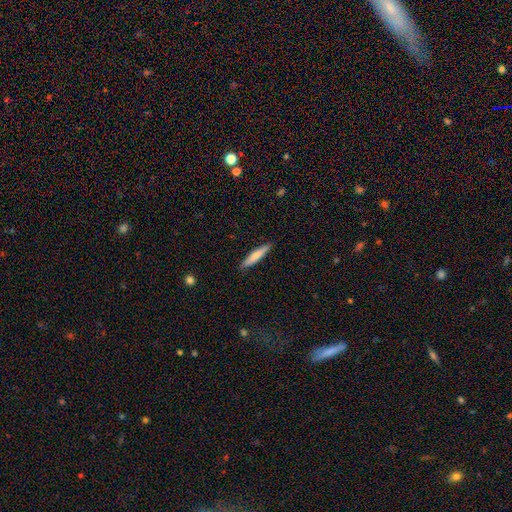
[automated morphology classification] smooth_or_featured: smooth (p=0.72) [alt: featured or disk p=0.23]
how_rounded: cigar-shaped (p=0.90) [alt: in between p=0.09]
merging: none (p=0.88) [alt: minor disturbance p=0.09]